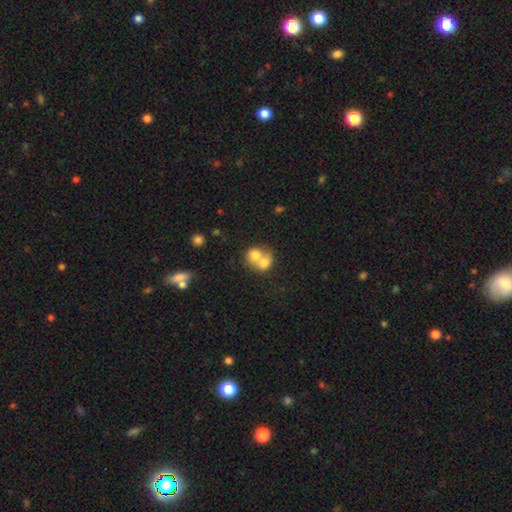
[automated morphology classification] smooth_or_featured: smooth (p=0.68) [alt: featured or disk p=0.23]
how_rounded: round (p=0.66) [alt: in between p=0.33]
merging: merger (p=0.75) [alt: none p=0.17]